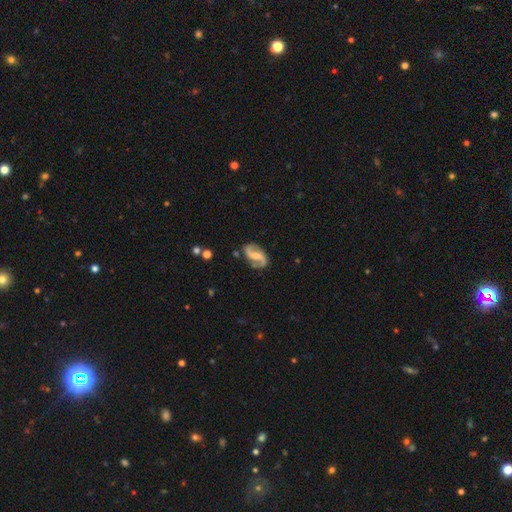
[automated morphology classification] Smooth or featured? Predicted: featured or disk (p=0.85). Edge-on disk? Predicted: no (p=0.98). Bar? Predicted: weak (p=0.44). Spiral arms? Predicted: yes (p=0.96). Spiral winding? Predicted: loose (p=0.56). Spiral arm count? Predicted: 2 (p=0.93). Bulge size? Predicted: none (p=0.39). Merging? Predicted: none (p=0.77).